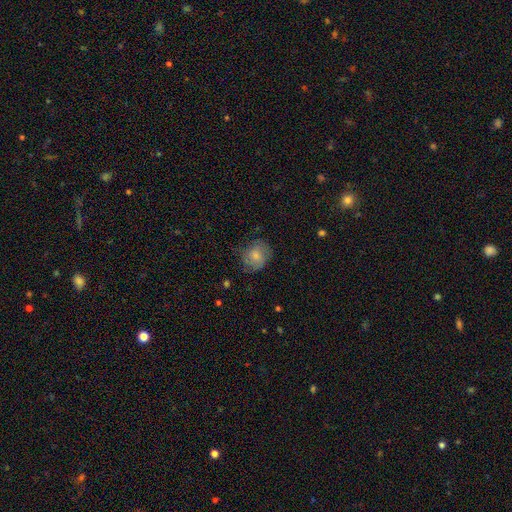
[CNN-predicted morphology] Smooth or featured: smooth — 72% (featured or disk — 20%)
How rounded: round — 75% (in between — 24%)
Merging: none — 65% (minor disturbance — 24%)